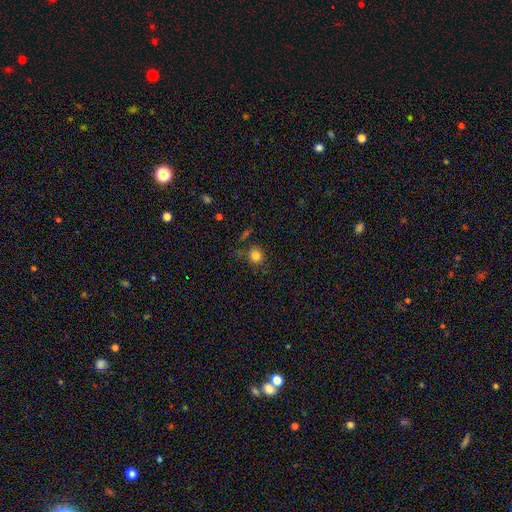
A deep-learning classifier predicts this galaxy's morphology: The model was most divided on "merging": none: 76%, minor disturbance: 13%, merger: 5%, major disturbance: 5%. More confident: how rounded — round (83%); smooth or featured — smooth (80%).